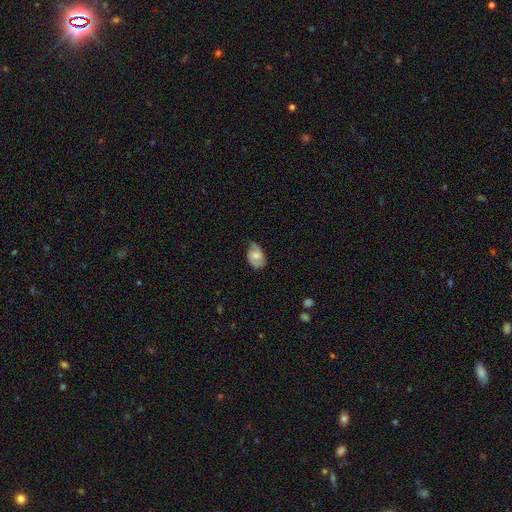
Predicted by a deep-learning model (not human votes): A smooth galaxy with no disk features (55%) that is in between round and cigar-shaped (84%). Merging: none (53%).